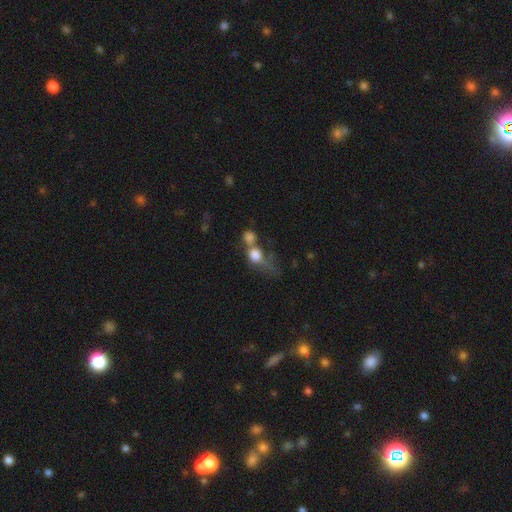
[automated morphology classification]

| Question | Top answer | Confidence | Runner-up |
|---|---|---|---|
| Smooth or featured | smooth | 71% | featured or disk (17%) |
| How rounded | round | 66% | in between (29%) |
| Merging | merger | 54% | none (21%) |